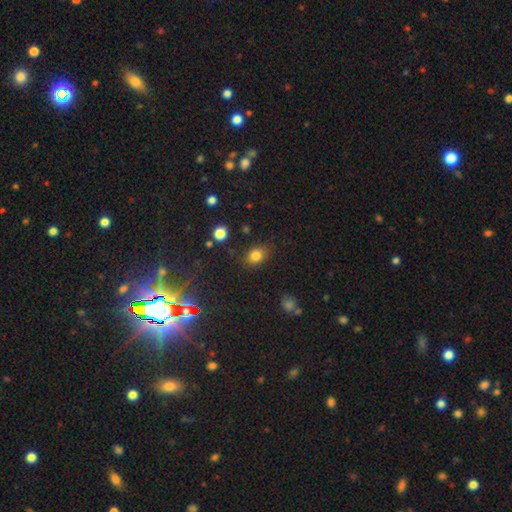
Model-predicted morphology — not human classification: Overall: smooth (81%). How rounded: in between (57%; round 41%). Merging: none (79%).